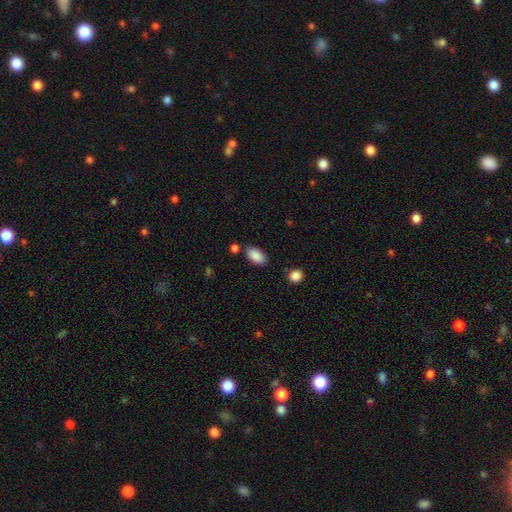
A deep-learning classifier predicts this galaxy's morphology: Smooth or featured: smooth — 89% (star or artifact — 7%)
How rounded: in between — 93% (round — 5%)
Merging: none — 78% (minor disturbance — 13%)